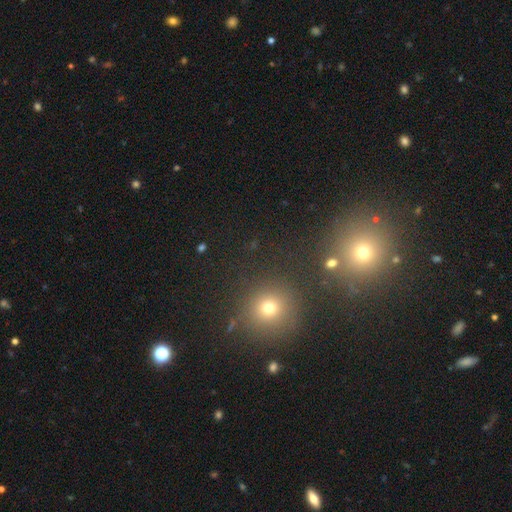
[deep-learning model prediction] This appears to be a star or artifact, not a galaxy (52%).